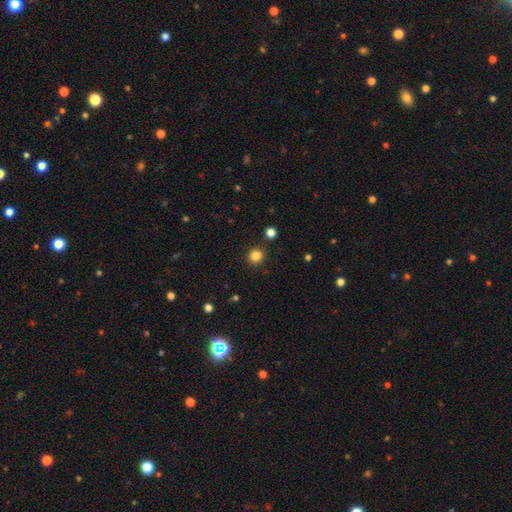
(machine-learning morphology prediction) A smooth galaxy with no disk features (84%) that is round (91%). Merging: none (90%).